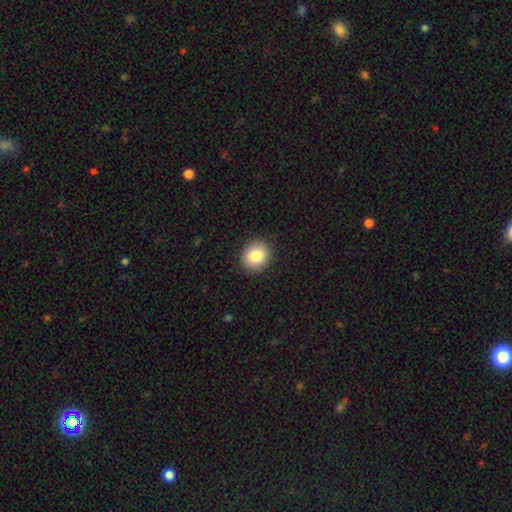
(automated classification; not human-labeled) A smooth galaxy with no disk features (84%) that is round (70%). Merging: none (90%).